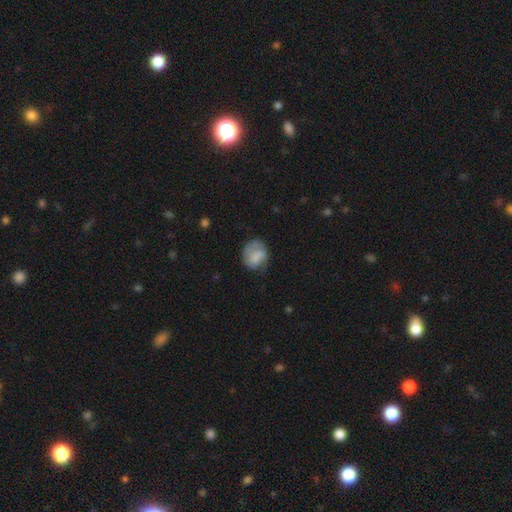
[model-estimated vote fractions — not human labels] Morphology: type=smooth (62%); roundness=round (60%); merging=none (51%).